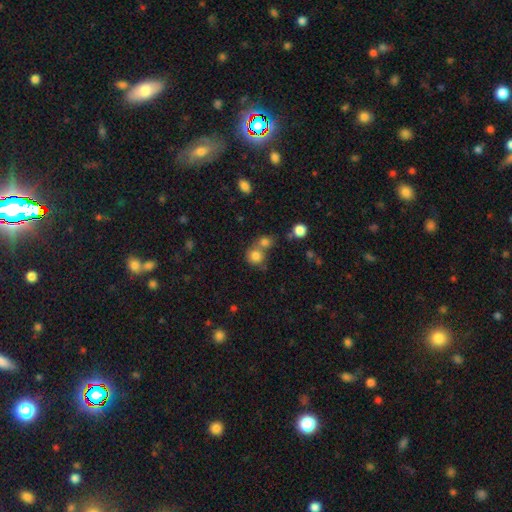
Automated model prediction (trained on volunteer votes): A smooth galaxy with no disk features (81%) that is round (84%).

Vote fractions:
- Smooth or featured? smooth: 81% / star or artifact: 12% / featured or disk: 8%
- How rounded? round: 84% / in between: 15% / cigar-shaped: 1%
- Merging? none: 44% (tied) / merger: 44% (tied) / minor disturbance: 8% / major disturbance: 4%